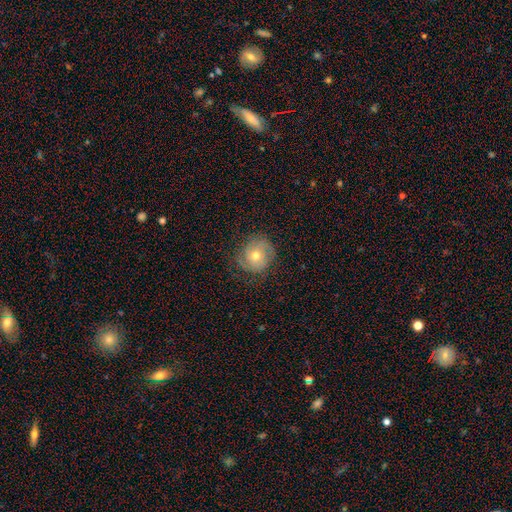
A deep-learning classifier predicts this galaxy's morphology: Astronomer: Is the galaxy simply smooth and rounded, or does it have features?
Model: featured or disk — 51% (runner-up: smooth, 41%).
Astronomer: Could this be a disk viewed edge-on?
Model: no — 97%.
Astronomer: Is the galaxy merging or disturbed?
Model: none — 72%.